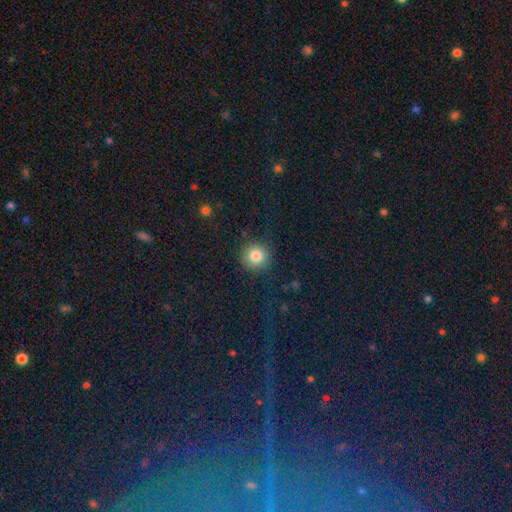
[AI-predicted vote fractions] A smooth galaxy with no disk features (83%) that is round (93%).

Vote fractions:
- Smooth or featured? smooth: 83% / star or artifact: 11% / featured or disk: 6%
- How rounded? round: 93% / in between: 6% / cigar-shaped: 1%
- Merging? none: 87% / minor disturbance: 8% / major disturbance: 4% / merger: 1%